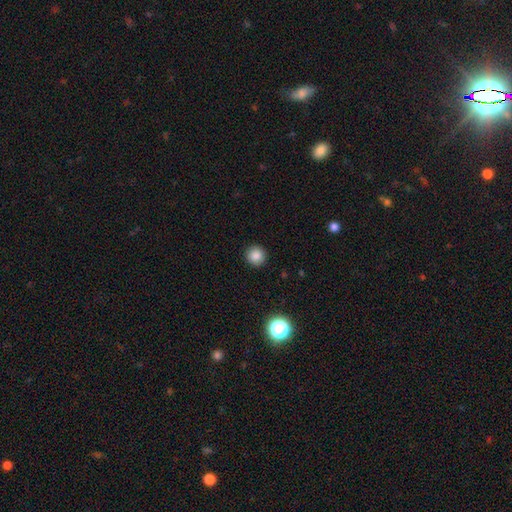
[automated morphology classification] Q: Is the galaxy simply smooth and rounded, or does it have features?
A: smooth — 85%.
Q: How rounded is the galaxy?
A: round — 94%.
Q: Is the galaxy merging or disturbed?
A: none — 92%.